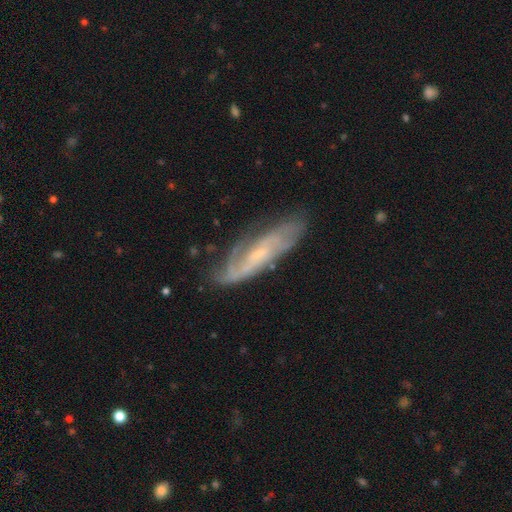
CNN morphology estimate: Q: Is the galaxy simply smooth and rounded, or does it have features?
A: featured or disk — 71%.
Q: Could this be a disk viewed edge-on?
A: no — 69%.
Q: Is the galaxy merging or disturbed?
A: none — 73%.